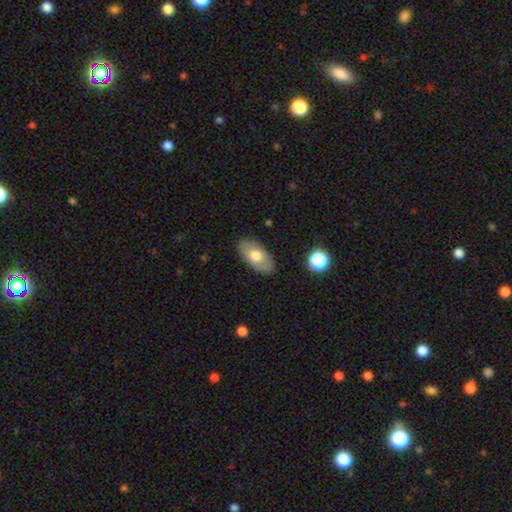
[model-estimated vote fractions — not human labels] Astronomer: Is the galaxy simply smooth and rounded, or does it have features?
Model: smooth — 61%.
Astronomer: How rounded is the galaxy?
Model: in between — 93%.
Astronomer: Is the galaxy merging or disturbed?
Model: none — 85%.